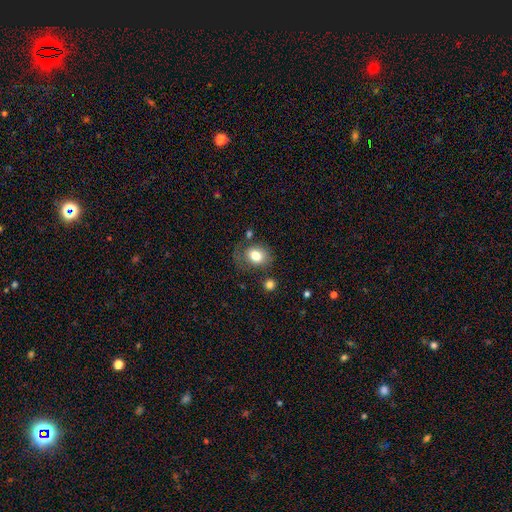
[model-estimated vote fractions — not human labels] Smooth or featured? Predicted: smooth (p=0.77). How rounded? Predicted: round (p=0.51). Merging? Predicted: none (p=0.58).